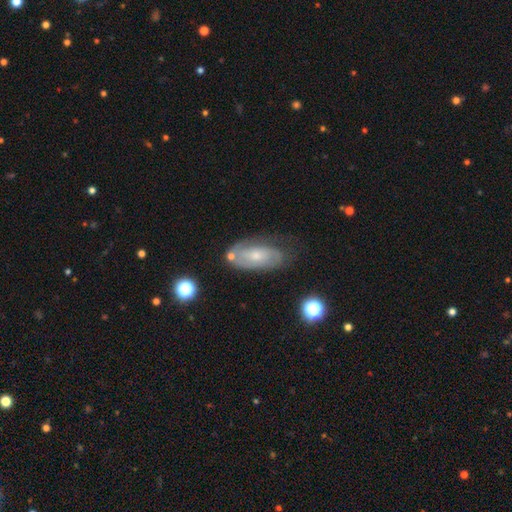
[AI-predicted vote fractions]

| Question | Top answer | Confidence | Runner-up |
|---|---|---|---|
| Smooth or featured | featured or disk | 62% | smooth (30%) |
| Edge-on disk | no | 90% | yes (10%) |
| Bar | no | 64% | weak (31%) |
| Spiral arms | yes | 81% | no (19%) |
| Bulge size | small | 55% | moderate (37%) |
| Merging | none | 61% | minor disturbance (24%) |